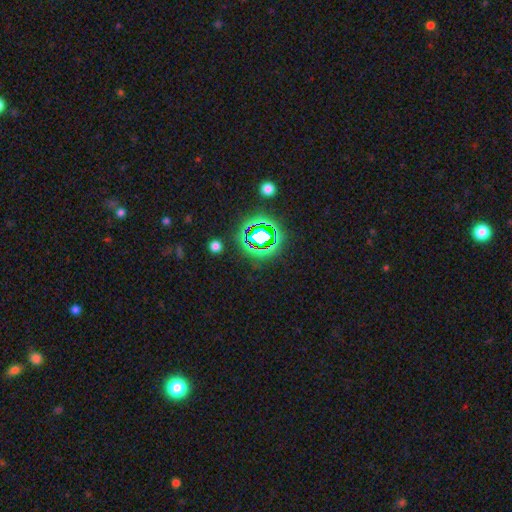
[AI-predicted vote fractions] Smooth or featured?
  - star or artifact: 78% *
  - smooth: 15%
  - featured or disk: 7%